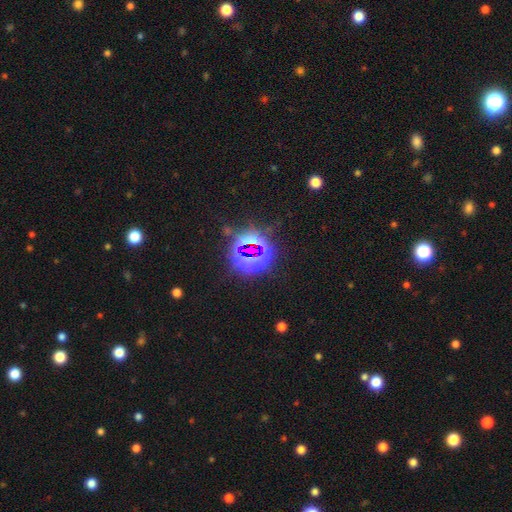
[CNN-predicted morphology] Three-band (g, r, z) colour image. It shows a star or artifact, not a galaxy (78%).